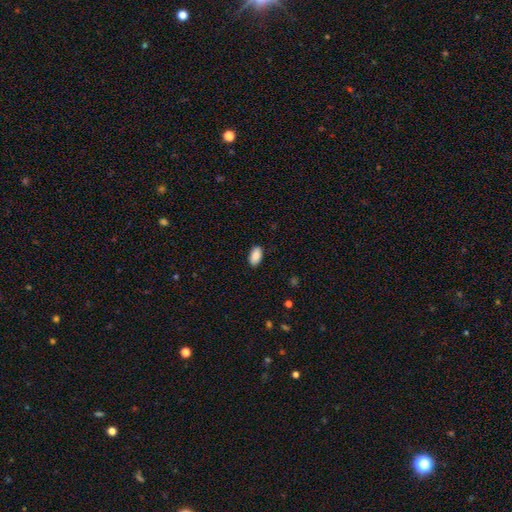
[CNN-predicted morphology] This appears to be a smooth galaxy with no disk features (89%) that is in between round and cigar-shaped (94%). Merging: none (88%).